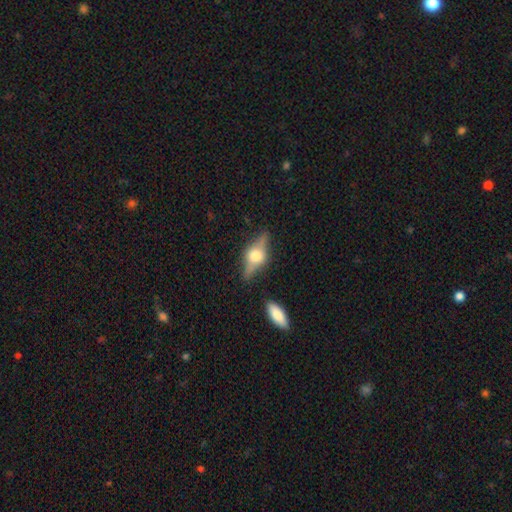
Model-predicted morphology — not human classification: Smooth or featured?
  - featured or disk: 71% *
  - smooth: 21%
  - star or artifact: 7%
Edge-on disk?
  - yes: 94% *
  - no: 6%
Edge-on bulge?
  - rounded: 94% *
  - boxy: 5%
  - none: 1%
Merging?
  - none: 78% *
  - minor disturbance: 14%
  - major disturbance: 4%
  - merger: 4%